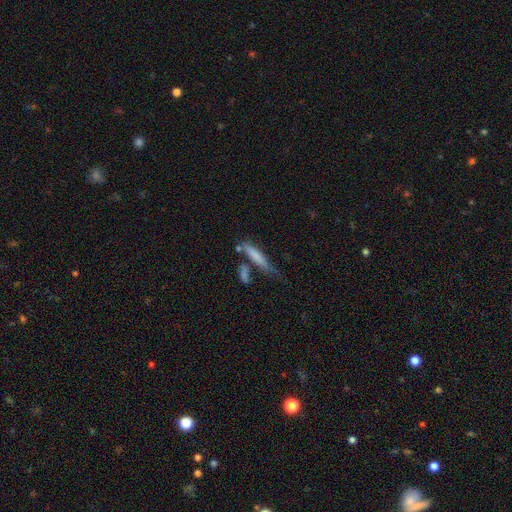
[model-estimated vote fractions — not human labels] The model was most divided on "merging": none: 50%, minor disturbance: 22%, merger: 18%, major disturbance: 11%. More confident: how rounded — cigar-shaped (85%); smooth or featured — smooth (68%).